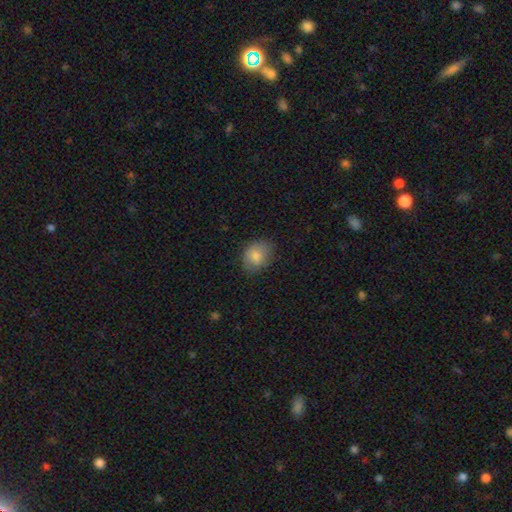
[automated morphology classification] smooth 81%, featured or disk 10%, star or artifact 9%. Down the decision tree: how rounded — round (51%); merging — none (76%).